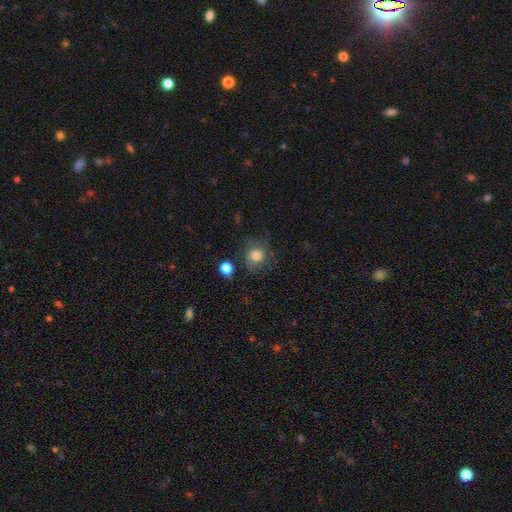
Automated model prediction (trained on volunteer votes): Overall: smooth (73%). How rounded: round (78%). Merging: none (64%).